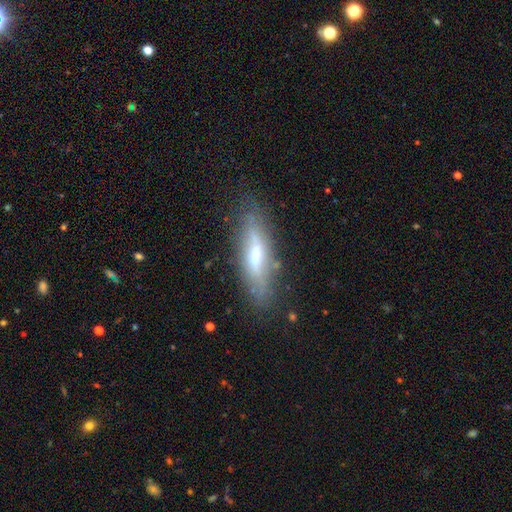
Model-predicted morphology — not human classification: Smooth or featured: featured or disk — 51% (smooth — 41%)
Edge-on disk: yes — 64% (no — 36%)
Merging: none — 70% (minor disturbance — 20%)